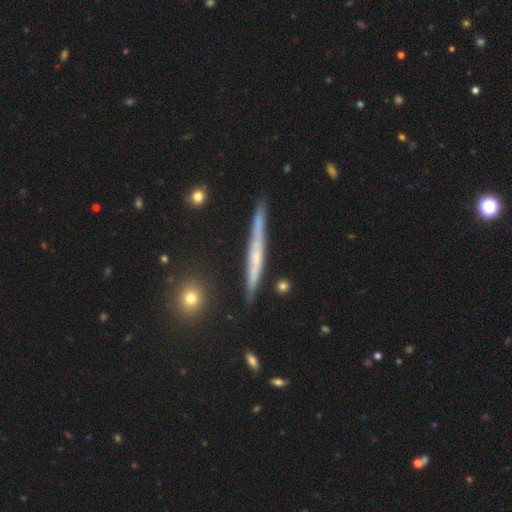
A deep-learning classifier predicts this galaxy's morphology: smooth_or_featured: featured or disk (p=0.66) [alt: smooth p=0.27]
disk_edge_on: yes (p=0.96) [alt: no p=0.04]
edge_on_bulge: none (p=0.63) [alt: rounded p=0.29]
merging: none (p=0.84) [alt: minor disturbance p=0.12]